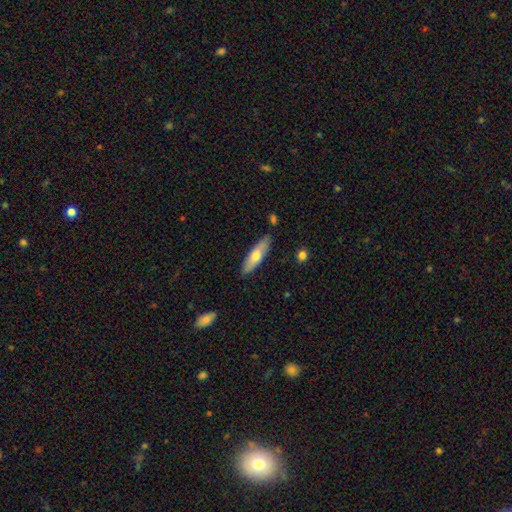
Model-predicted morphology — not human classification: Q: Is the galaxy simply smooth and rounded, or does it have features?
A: smooth — 63%.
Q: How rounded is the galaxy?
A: cigar-shaped — 60%.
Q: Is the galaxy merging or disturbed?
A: none — 85%.